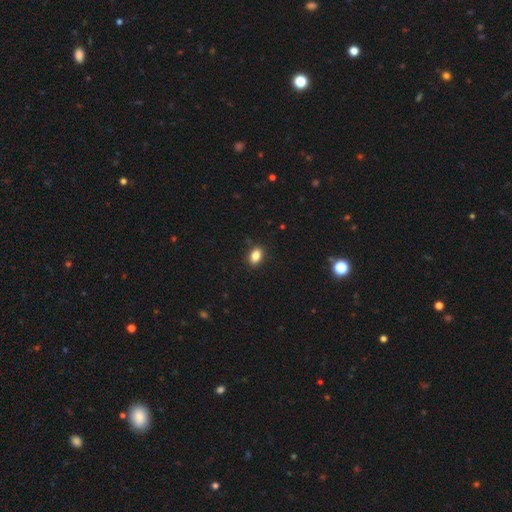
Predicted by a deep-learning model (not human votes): smooth_or_featured: smooth (p=0.85) [alt: star or artifact p=0.10]
how_rounded: in between (p=0.85) [alt: round p=0.13]
merging: none (p=0.88) [alt: minor disturbance p=0.09]